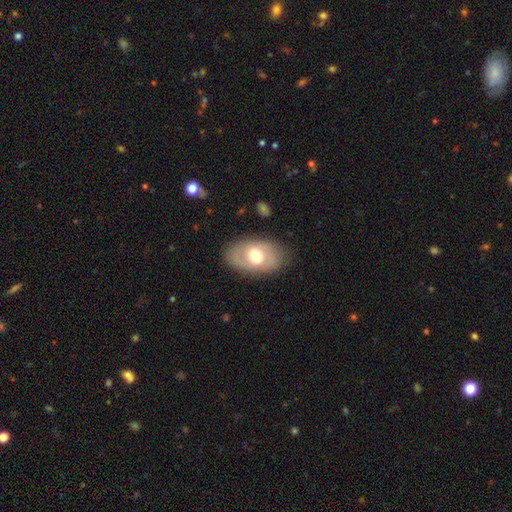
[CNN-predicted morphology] smooth-or-featured: smooth: 54% | featured or disk: 40% | star or artifact: 7%
  how-rounded: in between: 87% | round: 12% | cigar-shaped: 1%
  merging: none: 80% | minor disturbance: 14% | major disturbance: 5% | merger: 2%